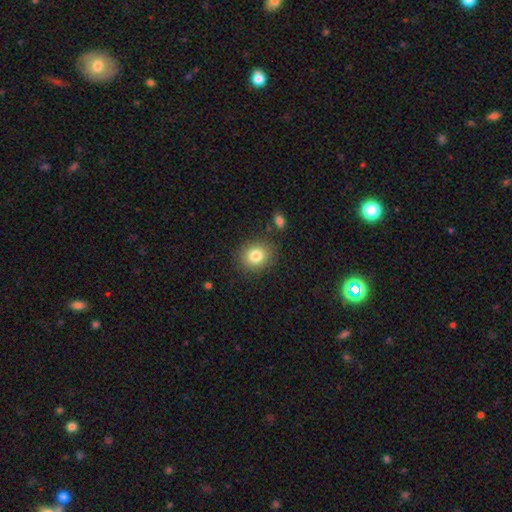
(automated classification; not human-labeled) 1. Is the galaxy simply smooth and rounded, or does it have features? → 82% smooth, 10% star or artifact, 8% featured or disk.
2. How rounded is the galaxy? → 65% round, 34% in between, 1% cigar-shaped.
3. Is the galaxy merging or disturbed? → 85% none, 9% minor disturbance, 3% major disturbance, 2% merger.